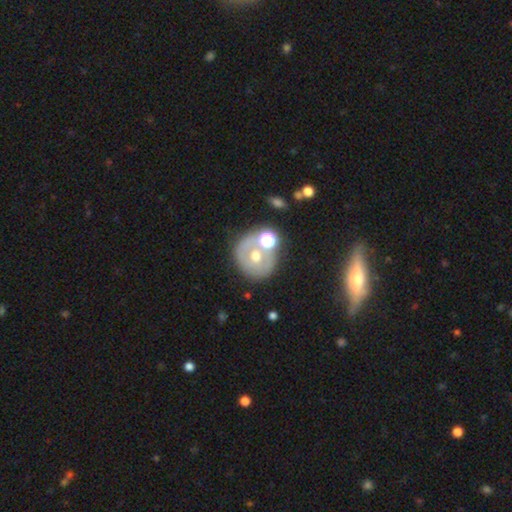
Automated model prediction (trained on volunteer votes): Smooth or featured? featured or disk (47%)
Merging? none (60%)